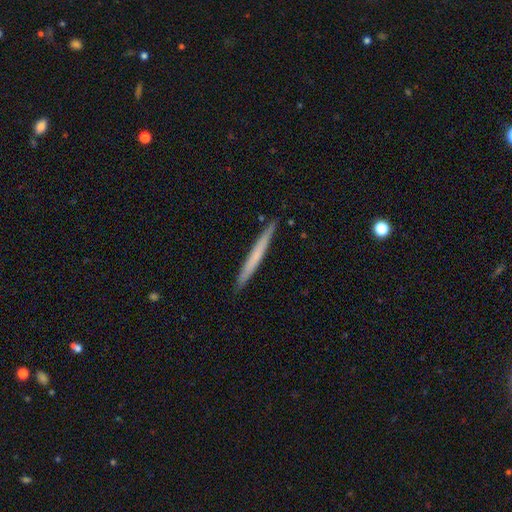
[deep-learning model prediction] Overall: smooth (59%; featured or disk 35%). How rounded: cigar-shaped (97%). Merging: none (91%).